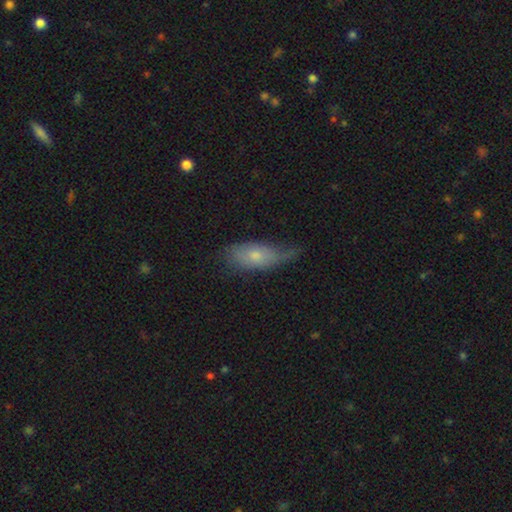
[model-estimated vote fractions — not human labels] Q: Smooth or featured?
A: smooth (66%); runner-up: featured or disk (27%)
Q: How rounded?
A: in between (83%); runner-up: cigar-shaped (13%)
Q: Merging?
A: none (42%); runner-up: minor disturbance (40%)